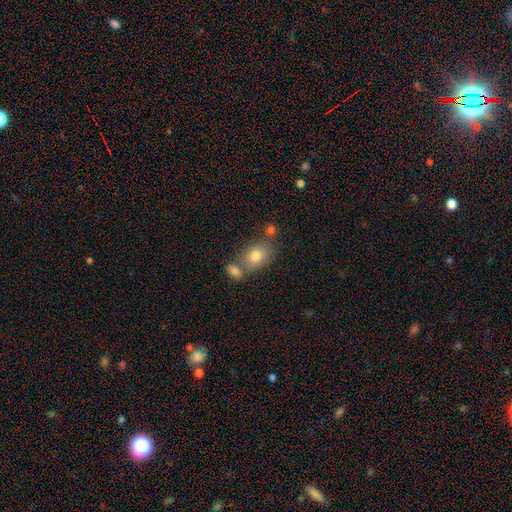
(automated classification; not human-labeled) smooth-or-featured: smooth: 77% | featured or disk: 12% | star or artifact: 10%
  how-rounded: in between: 68% | round: 30% | cigar-shaped: 1%
  merging: none: 52% | merger: 32% | minor disturbance: 13% | major disturbance: 4%